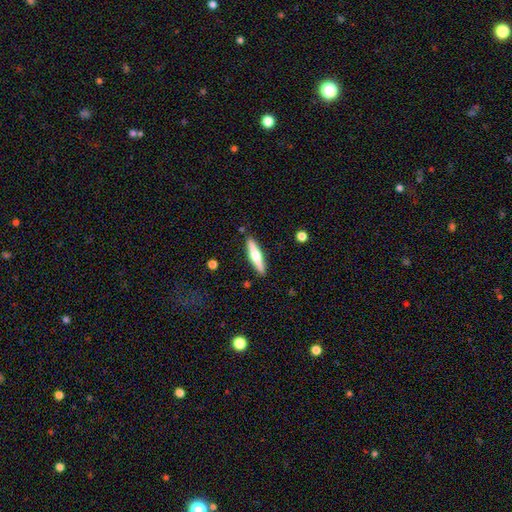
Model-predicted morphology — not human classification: featured or disk 54%, smooth 40%, star or artifact 5%. Down the decision tree: edge-on disk — yes (96%); edge-on bulge — rounded (90%); merging — none (89%).